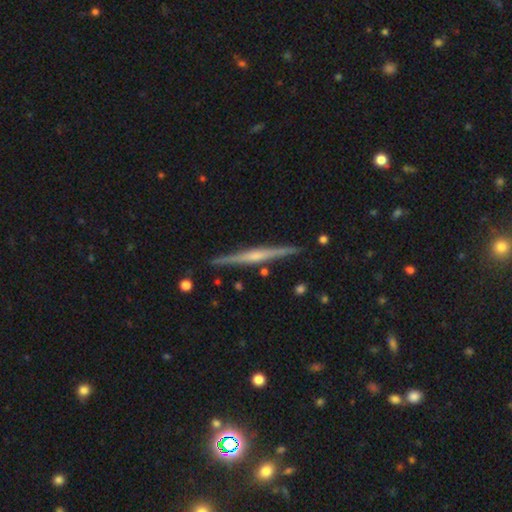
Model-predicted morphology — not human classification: A featured or disk galaxy (77%) viewed edge-on (98%) with a rounded central bulge (59%).

Vote fractions:
- Smooth or featured? featured or disk: 77% / smooth: 18% / star or artifact: 5%
- Edge-on disk? yes: 98% / no: 2%
- Edge-on bulge? rounded: 59% / none: 27% / boxy: 14%
- Merging? none: 90% / minor disturbance: 7% / merger: 2% / major disturbance: 1%